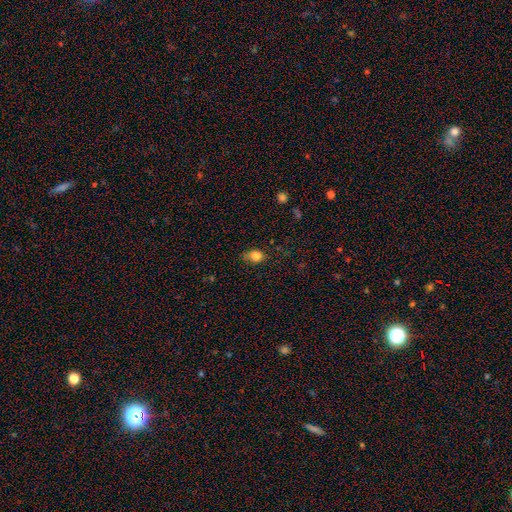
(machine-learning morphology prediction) A smooth galaxy with no disk features (82%) that is in between round and cigar-shaped (52%). Merging: none (68%).